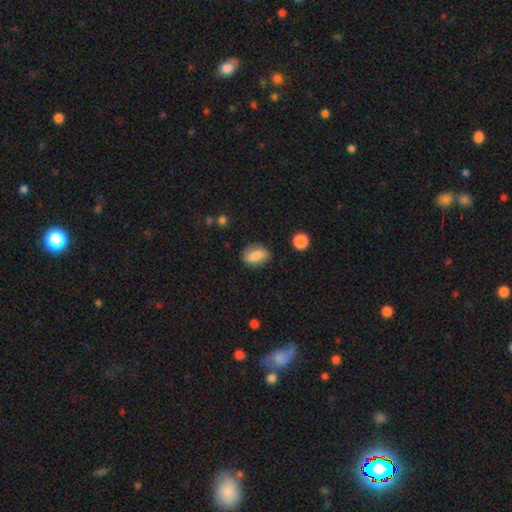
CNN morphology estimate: A smooth galaxy with no disk features (84%) that is in between round and cigar-shaped (84%). Merging: none (73%).